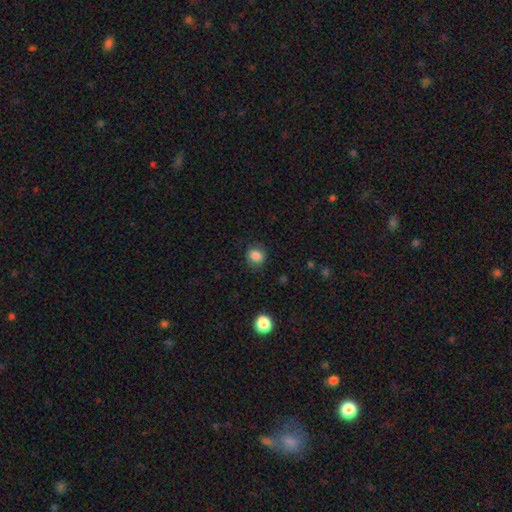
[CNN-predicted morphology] The model was most divided on "how rounded": round: 76%, in between: 24%, cigar-shaped: 1%. More confident: smooth or featured — smooth (85%); merging — none (80%).